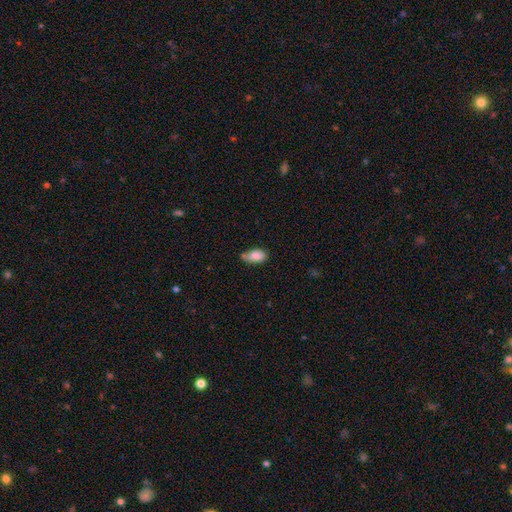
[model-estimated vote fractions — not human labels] This is clearly a smooth galaxy (85%). How rounded: clearly in between (92%). Merging: possibly none (55%).